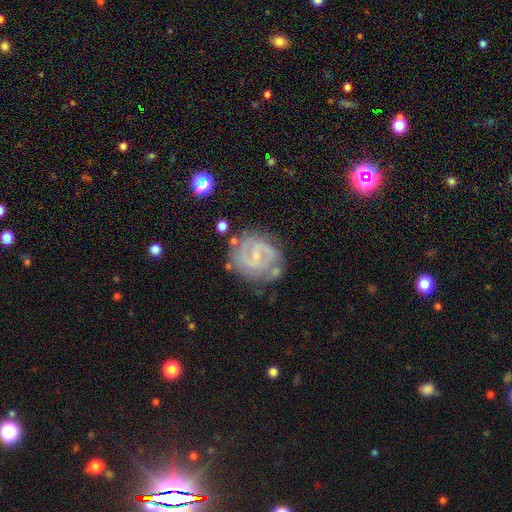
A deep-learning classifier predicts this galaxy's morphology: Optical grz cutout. It shows a featured or disk galaxy (84%) with a weak bar (53%), 2 (71%) tight (47%) spiral arms (94%) and a small central bulge (77%). Merging: none (68%).